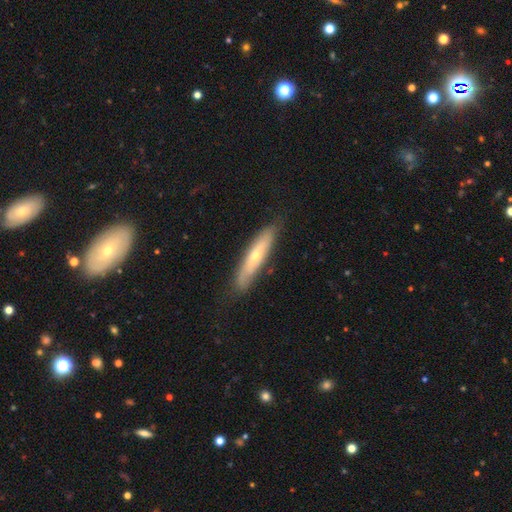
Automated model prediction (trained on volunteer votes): Smooth or featured? featured or disk (51%)
Edge-on disk? yes (63%)
Merging? none (78%)